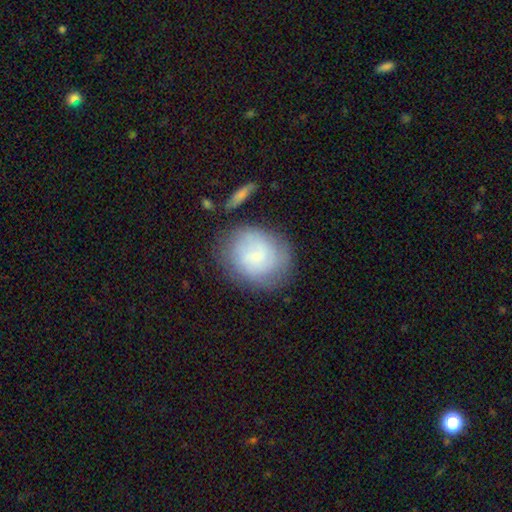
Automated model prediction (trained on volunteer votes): Smooth or featured? smooth (57%)
How rounded? round (62%)
Merging? none (66%)